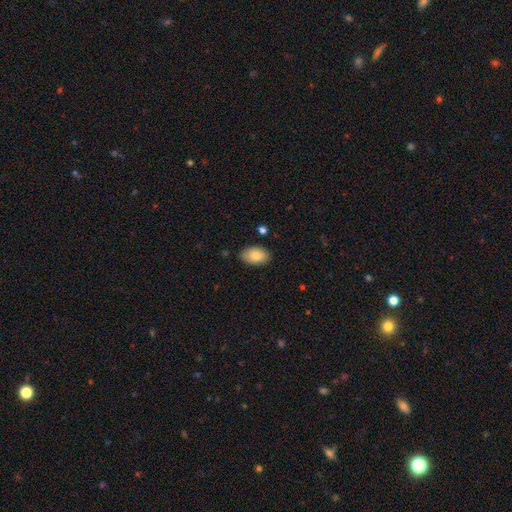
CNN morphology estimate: A smooth galaxy with no disk features (85%) that is in between round and cigar-shaped (93%).

Vote fractions:
- Smooth or featured? smooth: 85% / featured or disk: 8% / star or artifact: 7%
- How rounded? in between: 93% / round: 6% / cigar-shaped: 1%
- Merging? none: 83% / minor disturbance: 13% / major disturbance: 2% / merger: 2%